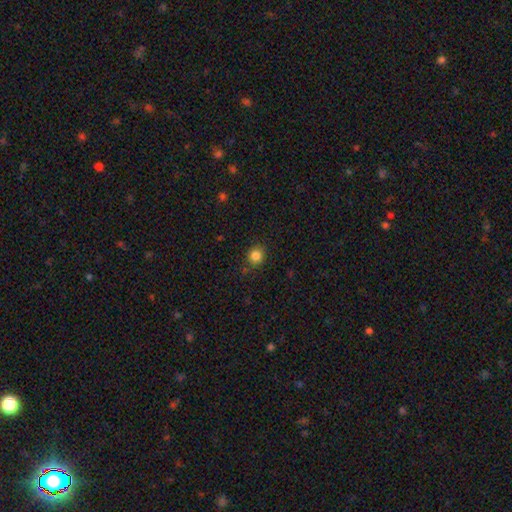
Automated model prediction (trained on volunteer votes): Morphology: type=smooth (84%); roundness=round (87%); merging=none (85%).